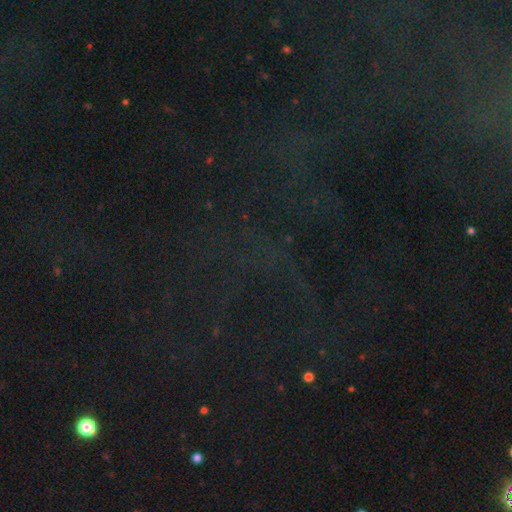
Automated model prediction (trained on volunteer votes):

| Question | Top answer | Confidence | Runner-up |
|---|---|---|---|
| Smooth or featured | star or artifact | 78% | smooth (12%) |